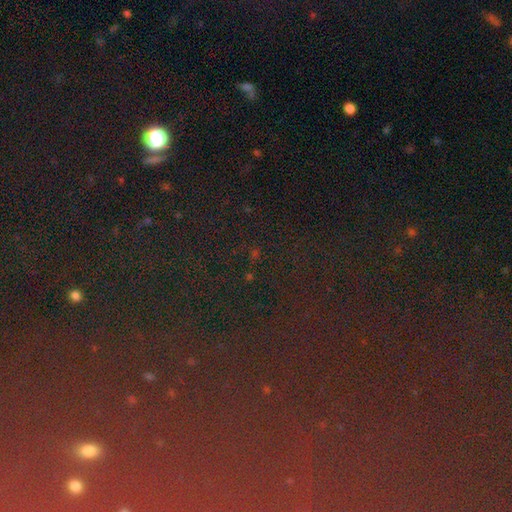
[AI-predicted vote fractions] Overall: star or artifact (80%).